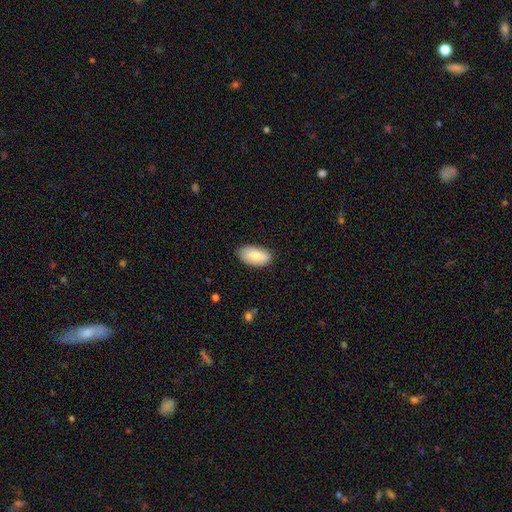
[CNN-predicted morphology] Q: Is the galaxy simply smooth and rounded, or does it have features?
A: smooth — 81%.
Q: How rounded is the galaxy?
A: in between — 94%.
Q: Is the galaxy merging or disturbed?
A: none — 81%.